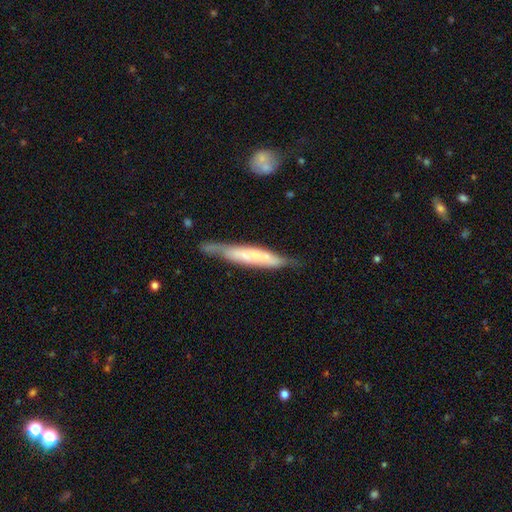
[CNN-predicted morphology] This is possibly a featured or disk galaxy (54%). It is likely viewed edge-on (75%). Merging: likely none (63%).